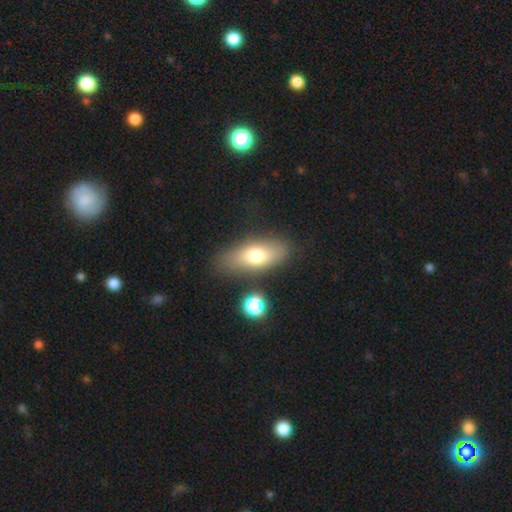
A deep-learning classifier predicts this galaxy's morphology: The model was most divided on "smooth or featured": smooth: 70%, featured or disk: 21%, star or artifact: 9%. More confident: how rounded — in between (78%); merging — none (76%).